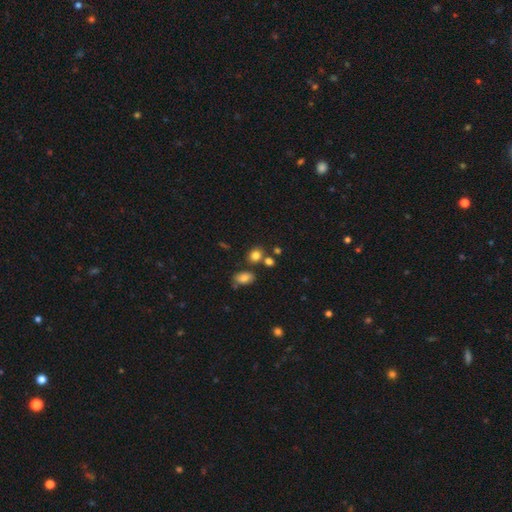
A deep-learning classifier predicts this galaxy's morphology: Overall: smooth (79%). How rounded: round (66%; in between 33%). Merging: none (67%).